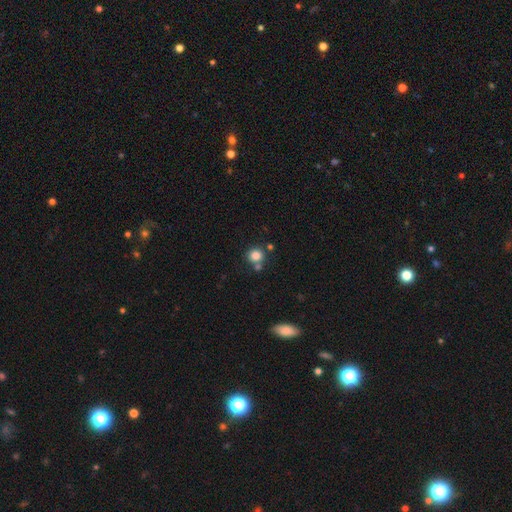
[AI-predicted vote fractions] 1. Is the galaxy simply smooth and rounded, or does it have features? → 83% smooth, 11% star or artifact, 6% featured or disk.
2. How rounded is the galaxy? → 89% round, 10% in between, 1% cigar-shaped.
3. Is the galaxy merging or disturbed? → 67% none, 19% merger, 11% minor disturbance, 4% major disturbance.